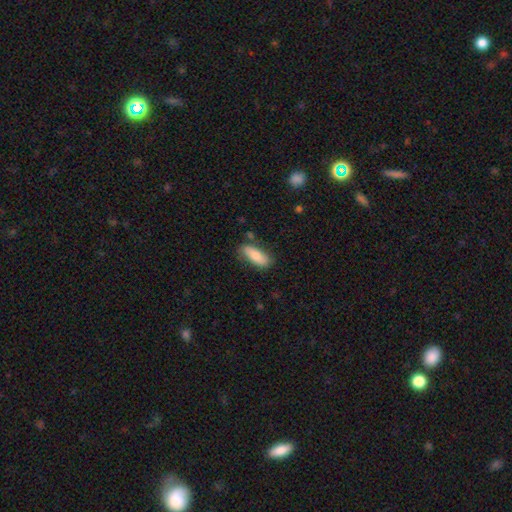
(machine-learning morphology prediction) This appears to be a smooth galaxy with no disk features (79%) that is in between round and cigar-shaped (74%). Merging: none (74%).